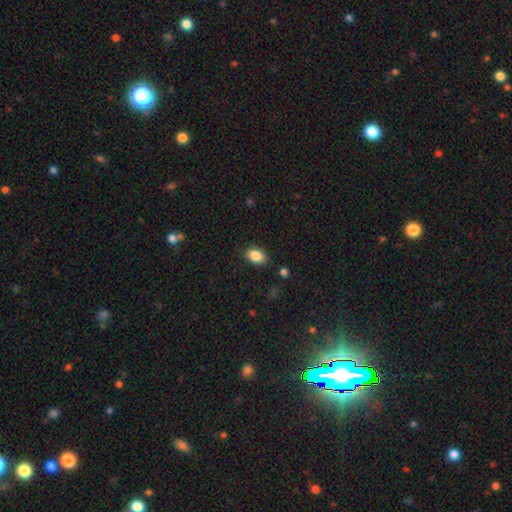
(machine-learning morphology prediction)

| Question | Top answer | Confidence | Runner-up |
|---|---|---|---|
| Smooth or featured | smooth | 87% | star or artifact (8%) |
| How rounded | in between | 86% | round (13%) |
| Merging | none | 85% | minor disturbance (10%) |